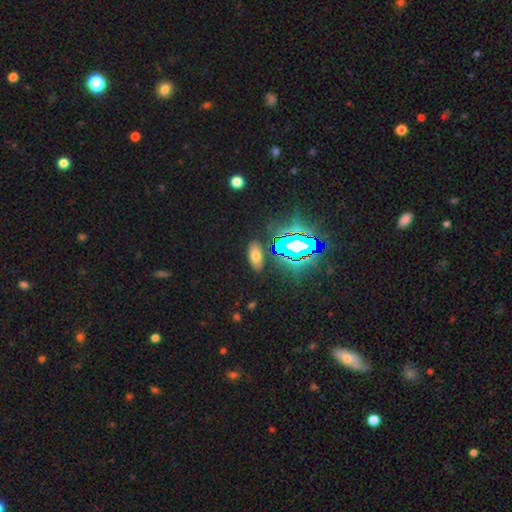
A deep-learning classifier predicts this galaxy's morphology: A smooth galaxy with no disk features (57%) that is in between round and cigar-shaped (85%).

Vote fractions:
- Smooth or featured? smooth: 57% / star or artifact: 31% / featured or disk: 12%
- How rounded? in between: 85% / cigar-shaped: 10% / round: 6%
- Merging? none: 86% / minor disturbance: 9% / major disturbance: 3% / merger: 2%